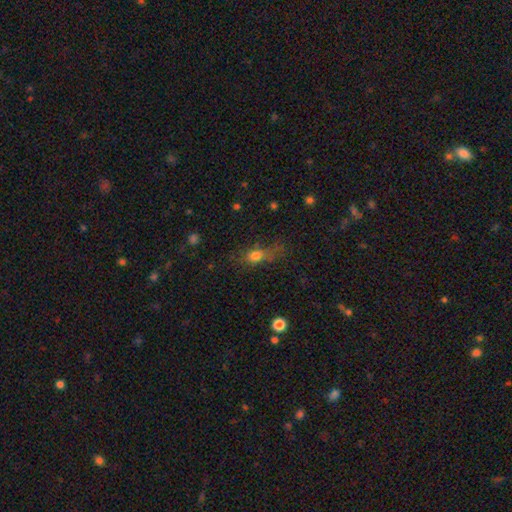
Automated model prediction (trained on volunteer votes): smooth-or-featured: smooth: 72% | star or artifact: 15% | featured or disk: 13%
  how-rounded: in between: 57% | round: 28% | cigar-shaped: 14%
  merging: none: 45% | minor disturbance: 25% | major disturbance: 25% | merger: 5%